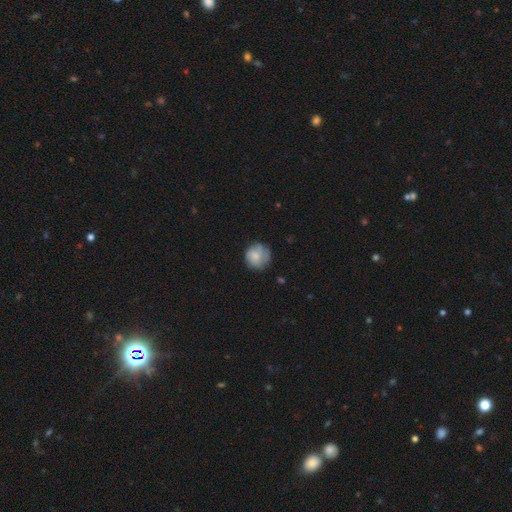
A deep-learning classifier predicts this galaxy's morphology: smooth_or_featured: smooth (p=0.74) [alt: featured or disk p=0.19]
how_rounded: round (p=0.89) [alt: in between p=0.10]
merging: none (p=0.67) [alt: minor disturbance p=0.23]